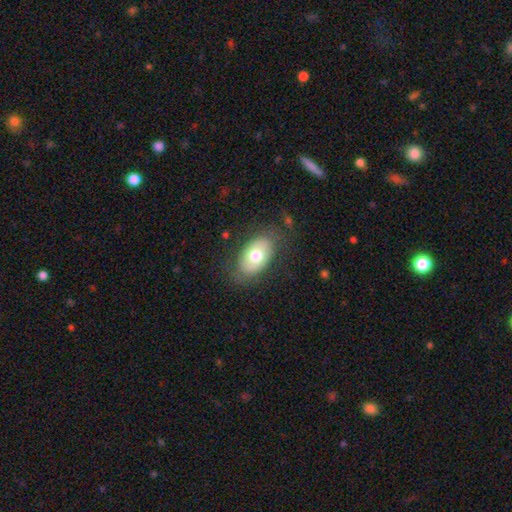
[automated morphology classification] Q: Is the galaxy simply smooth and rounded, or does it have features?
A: smooth — 67%.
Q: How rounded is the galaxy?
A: in between — 91%.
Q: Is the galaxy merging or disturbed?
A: none — 77%.